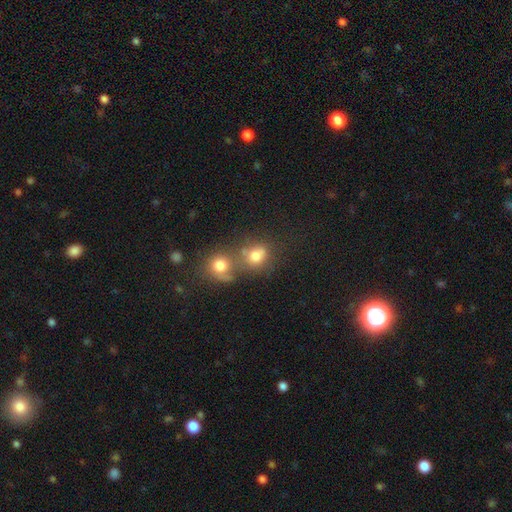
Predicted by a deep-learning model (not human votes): The model was most divided on "merging": merger: 50%, none: 32%, minor disturbance: 10%, major disturbance: 8%. More confident: smooth or featured — smooth (74%); how rounded — round (61%).